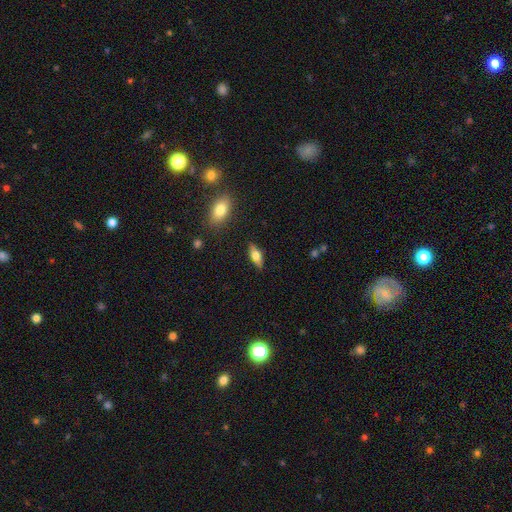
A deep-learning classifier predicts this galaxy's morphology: smooth_or_featured: smooth (p=0.60) [alt: featured or disk p=0.32]
how_rounded: in between (p=0.72) [alt: cigar-shaped p=0.23]
merging: none (p=0.85) [alt: minor disturbance p=0.10]